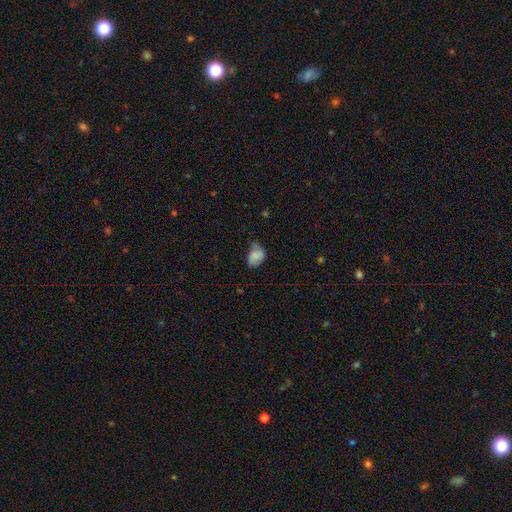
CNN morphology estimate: Smooth or featured?
  - smooth: 70% *
  - featured or disk: 21%
  - star or artifact: 9%
How rounded?
  - in between: 78% *
  - round: 21%
  - cigar-shaped: 1%
Merging?
  - minor disturbance: 42% *
  - none: 36%
  - major disturbance: 18%
  - merger: 4%